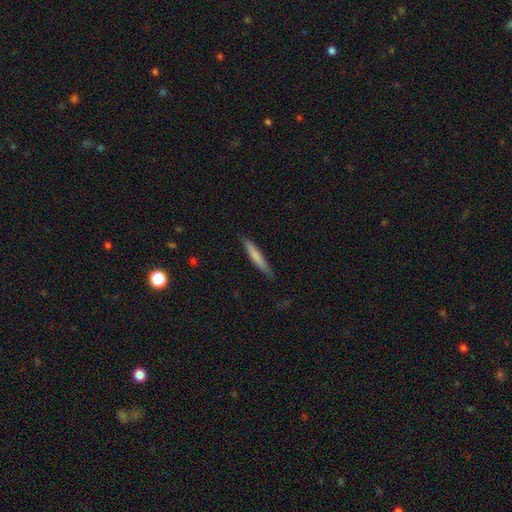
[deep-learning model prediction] Smooth or featured? smooth (71%)
How rounded? cigar-shaped (94%)
Merging? none (82%)